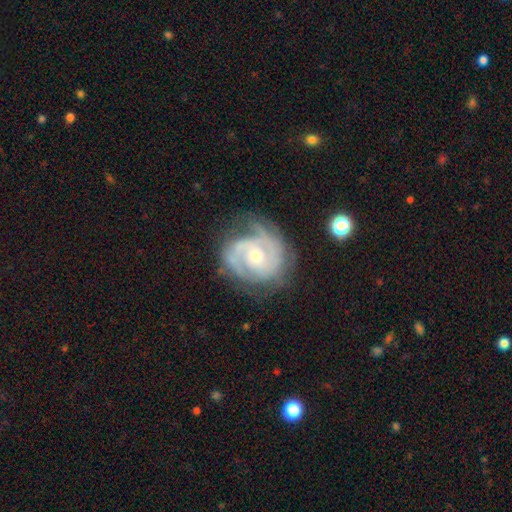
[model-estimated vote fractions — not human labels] featured or disk 87%, smooth 8%, star or artifact 5%. Down the decision tree: edge-on disk — no (98%); bar — no (66%); spiral arms — yes (96%); spiral arm count — 2 (50%); spiral winding — tight (58%); bulge size — small (56%); merging — none (64%).